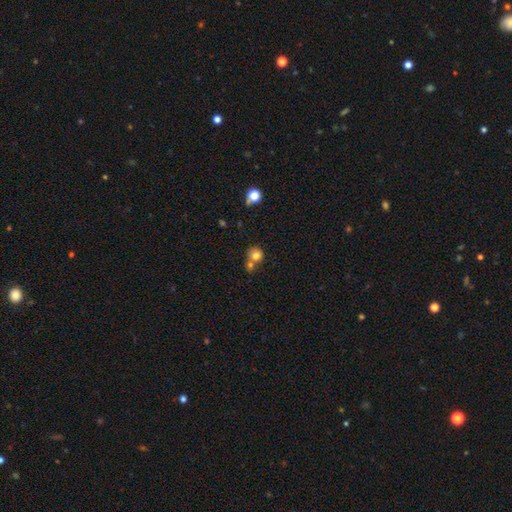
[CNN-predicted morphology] Smooth or featured? Predicted: smooth (p=0.78). How rounded? Predicted: round (p=0.84). Merging? Predicted: none (p=0.45).